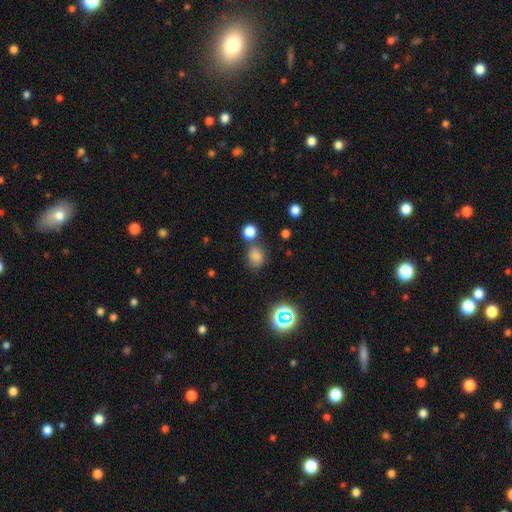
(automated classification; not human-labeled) Q: Smooth or featured?
A: smooth (76%); runner-up: star or artifact (18%)
Q: How rounded?
A: round (61%); runner-up: in between (38%)
Q: Merging?
A: none (62%); runner-up: merger (18%)